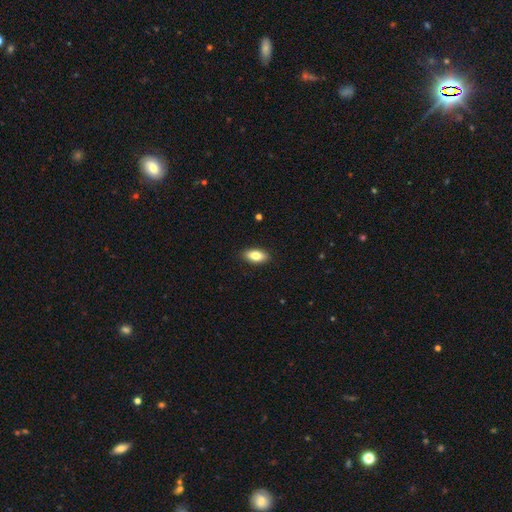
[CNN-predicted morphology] smooth_or_featured: smooth (p=0.81) [alt: featured or disk p=0.12]
how_rounded: in between (p=0.88) [alt: cigar-shaped p=0.08]
merging: none (p=0.89) [alt: minor disturbance p=0.08]